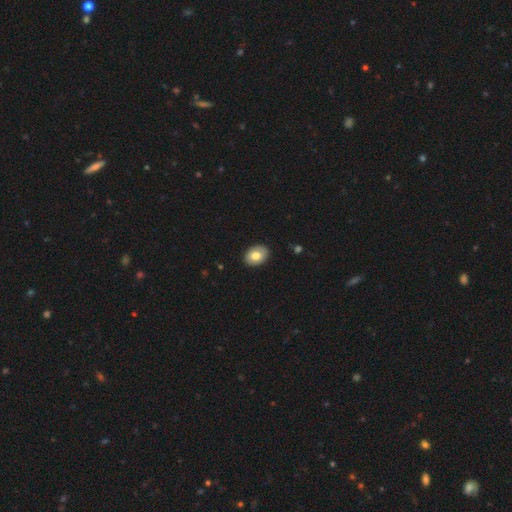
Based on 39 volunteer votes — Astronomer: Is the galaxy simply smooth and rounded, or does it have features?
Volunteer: smooth — 79%.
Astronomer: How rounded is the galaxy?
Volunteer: in between — 71%.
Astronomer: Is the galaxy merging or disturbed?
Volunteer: none — 81%.